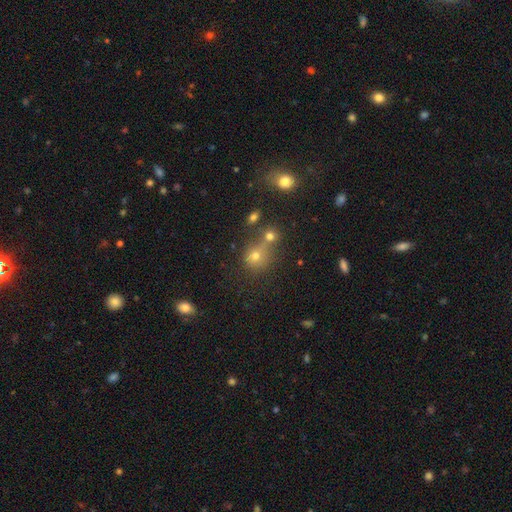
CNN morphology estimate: A smooth galaxy with no disk features (64%) that is round (77%). Merging: none (48%).